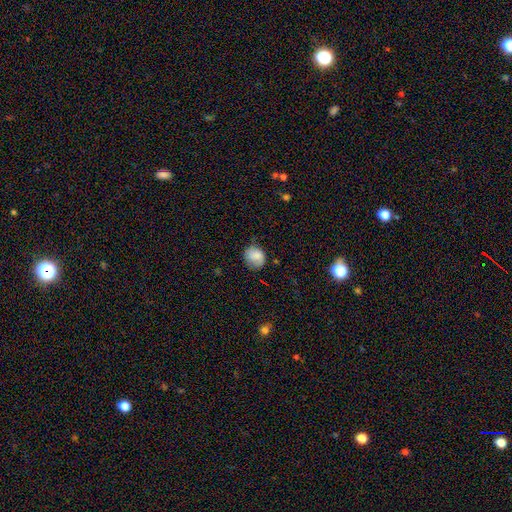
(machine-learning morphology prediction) smooth_or_featured: smooth (p=0.78) [alt: featured or disk p=0.14]
how_rounded: round (p=0.68) [alt: in between p=0.31]
merging: none (p=0.64) [alt: minor disturbance p=0.27]